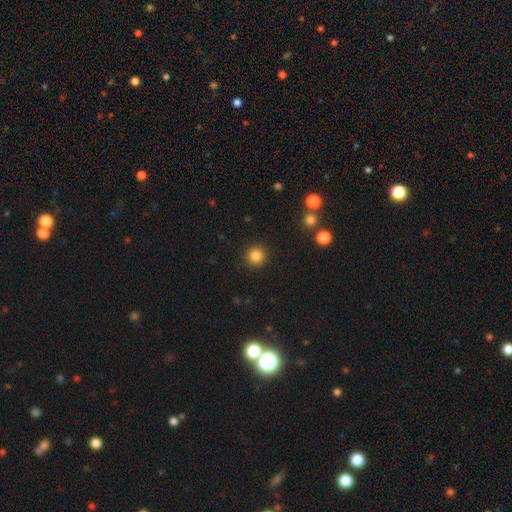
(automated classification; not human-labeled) Smooth or featured? smooth (85%)
How rounded? round (95%)
Merging? none (92%)